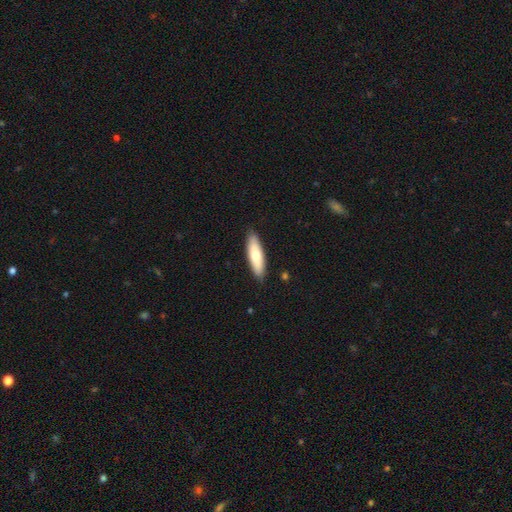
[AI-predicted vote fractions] Overall: smooth (69%). How rounded: cigar-shaped (57%; in between 41%). Merging: none (88%).